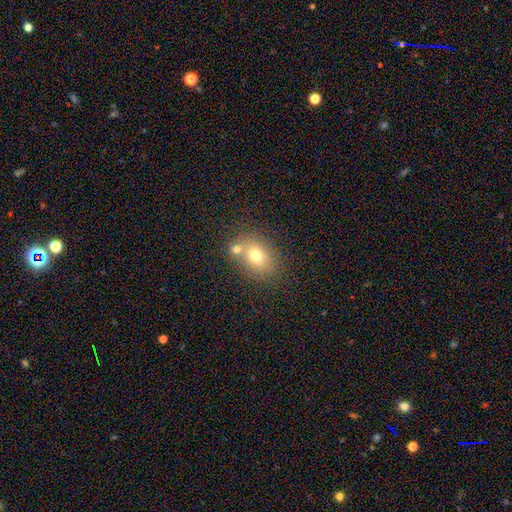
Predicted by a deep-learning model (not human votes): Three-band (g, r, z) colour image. It shows a smooth galaxy with no disk features (72%) that is in between round and cigar-shaped (61%). Merging: none (55%).